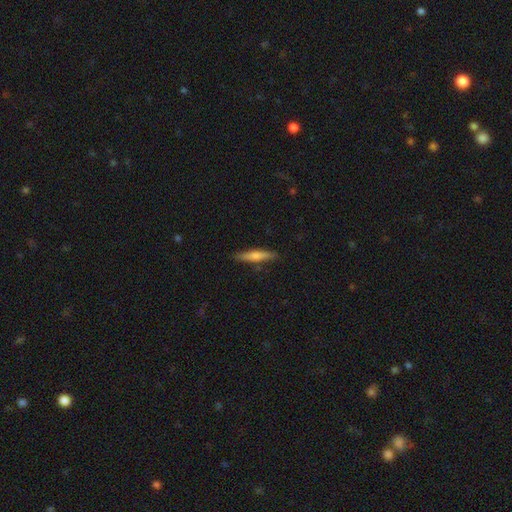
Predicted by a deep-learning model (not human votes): Smooth or featured?
  - smooth: 54% *
  - featured or disk: 40%
  - star or artifact: 6%
How rounded?
  - cigar-shaped: 90% *
  - in between: 8%
  - round: 2%
Merging?
  - none: 87% *
  - minor disturbance: 9%
  - major disturbance: 2%
  - merger: 1%